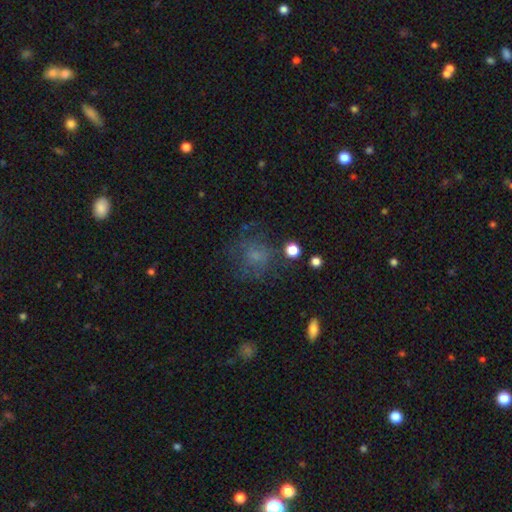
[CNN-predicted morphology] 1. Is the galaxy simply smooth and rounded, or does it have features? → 54% smooth, 28% featured or disk, 18% star or artifact.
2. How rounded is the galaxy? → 75% round, 24% in between, 1% cigar-shaped.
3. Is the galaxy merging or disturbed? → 57% none, 20% major disturbance, 20% minor disturbance, 3% merger.